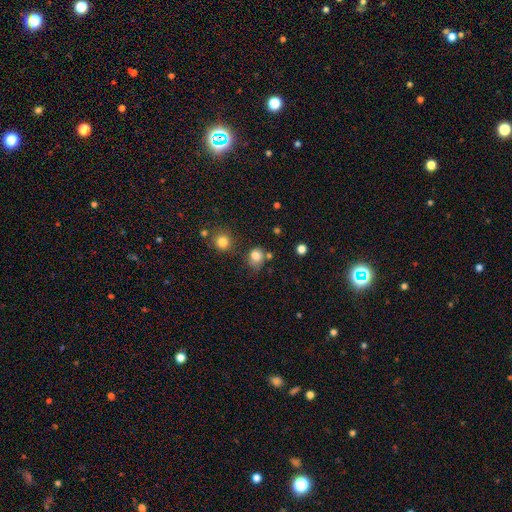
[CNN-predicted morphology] This appears to be a smooth galaxy with no disk features (80%) that is round (71%). Merging: none (61%).